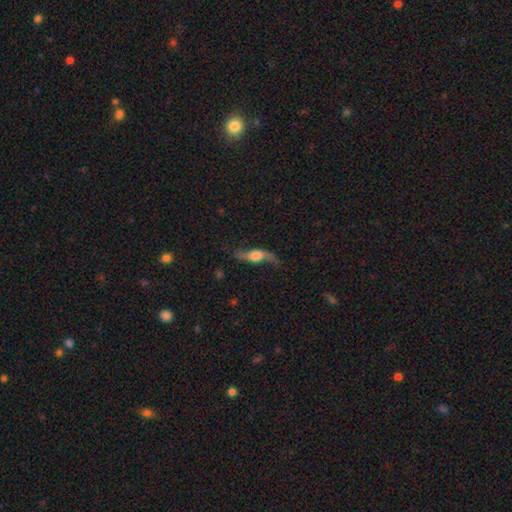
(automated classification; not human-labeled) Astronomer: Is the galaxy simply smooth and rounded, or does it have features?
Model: featured or disk — 66%.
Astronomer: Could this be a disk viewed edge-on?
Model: no — 53% (runner-up: yes, 47%).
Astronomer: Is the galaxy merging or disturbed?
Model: none — 65%.